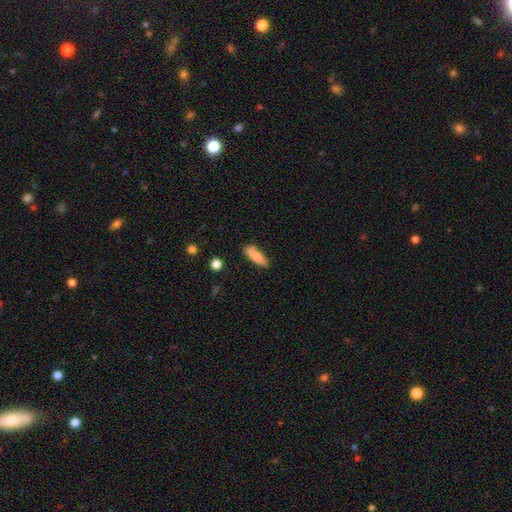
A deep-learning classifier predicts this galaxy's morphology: Smooth or featured? Predicted: smooth (p=0.83). How rounded? Predicted: in between (p=0.53). Merging? Predicted: none (p=0.81).